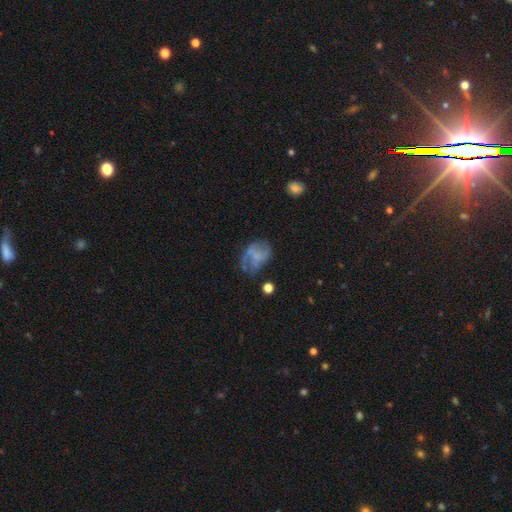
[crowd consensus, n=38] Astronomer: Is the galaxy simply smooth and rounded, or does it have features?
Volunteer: smooth — 50% (runner-up: featured or disk, 42%).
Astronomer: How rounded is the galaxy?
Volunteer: in between — 84%.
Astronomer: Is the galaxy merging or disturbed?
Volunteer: none — 34%, tied with major disturbance at 34%.